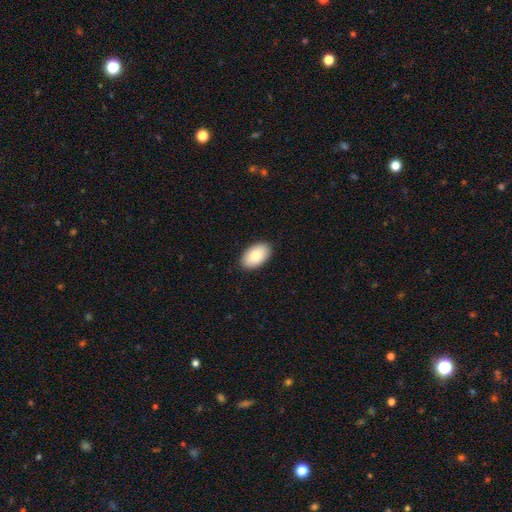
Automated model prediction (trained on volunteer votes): Smooth or featured: smooth — 84% (featured or disk — 10%)
How rounded: in between — 94% (round — 5%)
Merging: none — 90% (minor disturbance — 8%)